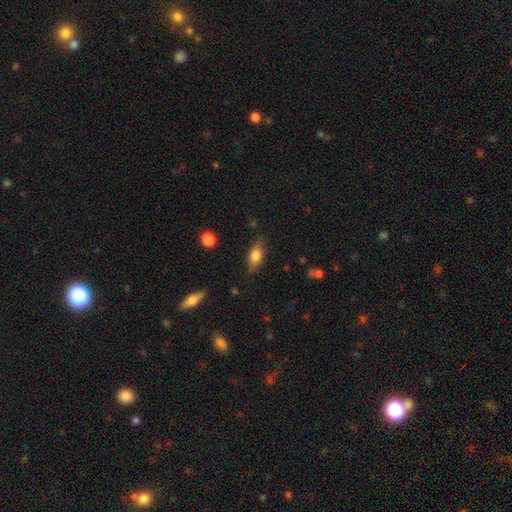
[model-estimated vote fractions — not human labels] A smooth galaxy with no disk features (70%) that is in between round and cigar-shaped (79%). Merging: none (79%).